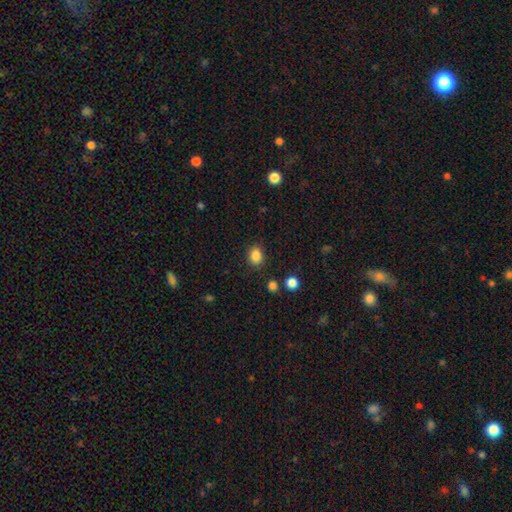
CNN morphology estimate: Q: Smooth or featured?
A: smooth (85%); runner-up: star or artifact (10%)
Q: How rounded?
A: in between (55%); runner-up: round (44%)
Q: Merging?
A: none (84%); runner-up: minor disturbance (10%)